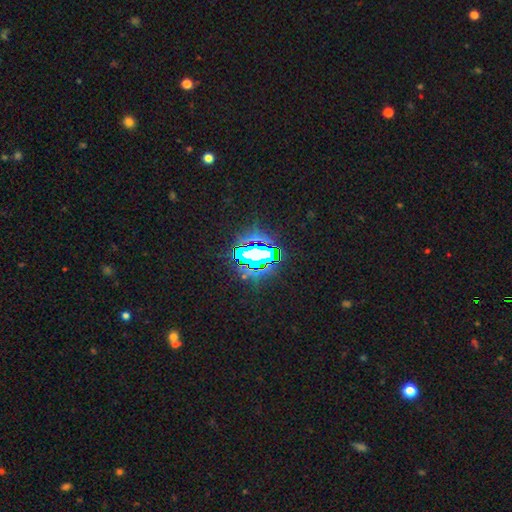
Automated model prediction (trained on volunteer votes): Smooth or featured?
  - star or artifact: 73% *
  - smooth: 15%
  - featured or disk: 12%